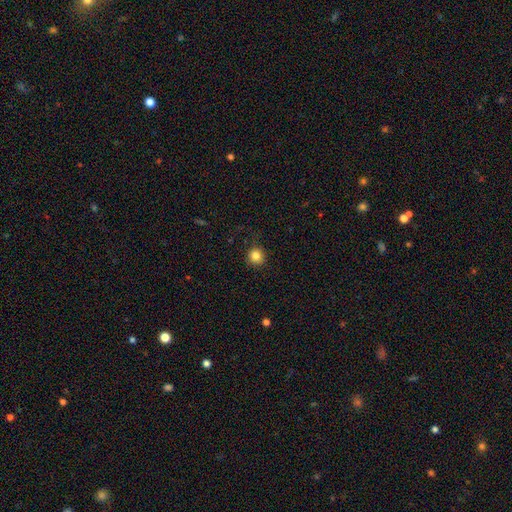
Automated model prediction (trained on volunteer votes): Overall: smooth (84%). How rounded: round (91%). Merging: none (86%).